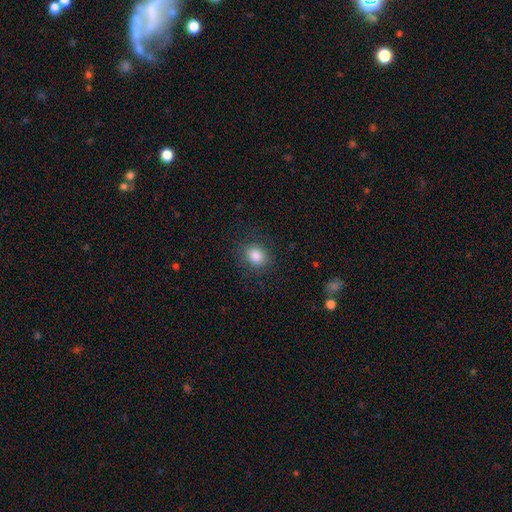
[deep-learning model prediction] This is clearly a smooth galaxy (84%). How rounded: likely round (61%). Merging: clearly none (85%).